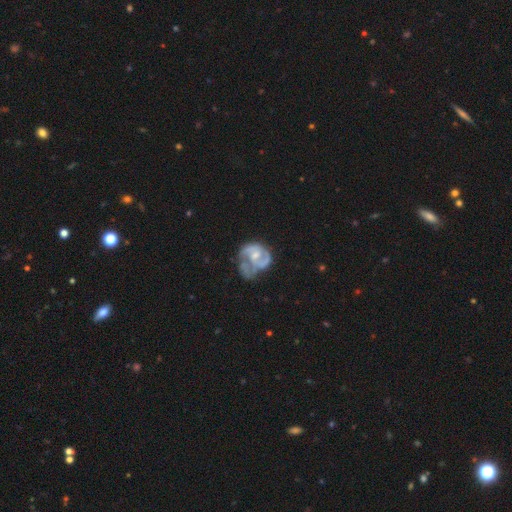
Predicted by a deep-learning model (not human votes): Smooth or featured?
  - featured or disk: 72% *
  - smooth: 22%
  - star or artifact: 6%
Edge-on disk?
  - no: 98% *
  - yes: 2%
Bar?
  - no: 64% *
  - weak: 31%
  - strong: 6%
Spiral arms?
  - yes: 75% *
  - no: 25%
Spiral winding?
  - medium: 43% *
  - tight: 37%
  - loose: 21%
Spiral arm count?
  - 2: 49% *
  - can't tell: 23%
  - 1: 14%
  - 3: 10%
  - 4: 2%
  - more than 4: 2%
Bulge size?
  - moderate: 42% *
  - small: 40%
  - none: 13%
  - large: 4%
  - dominant: 1%
Merging?
  - major disturbance: 38% *
  - none: 28%
  - minor disturbance: 26%
  - merger: 8%